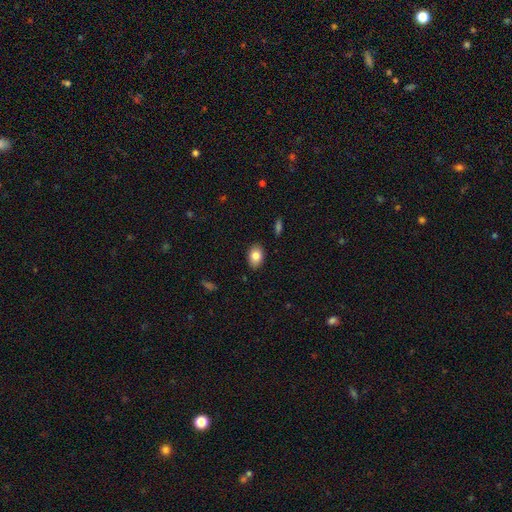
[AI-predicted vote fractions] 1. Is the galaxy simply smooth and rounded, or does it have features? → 82% smooth, 10% featured or disk, 8% star or artifact.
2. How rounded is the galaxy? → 83% in between, 16% round, 1% cigar-shaped.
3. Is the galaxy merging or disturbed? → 86% none, 10% minor disturbance, 2% major disturbance, 1% merger.